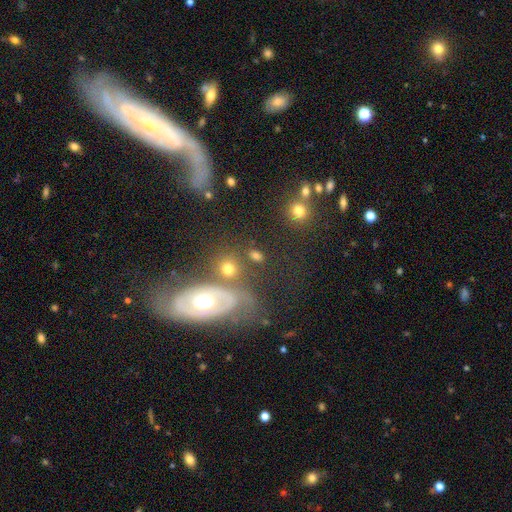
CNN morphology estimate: type=smooth (62%); roundness=round (49%); merging=none (66%).